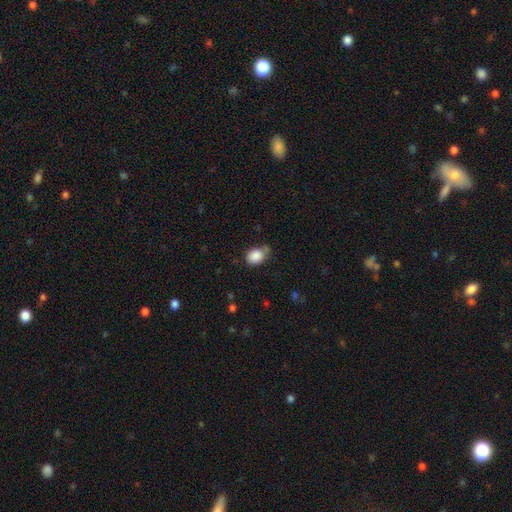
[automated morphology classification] Smooth or featured: smooth — 87% (star or artifact — 8%)
How rounded: in between — 60% (round — 39%)
Merging: none — 60% (minor disturbance — 27%)